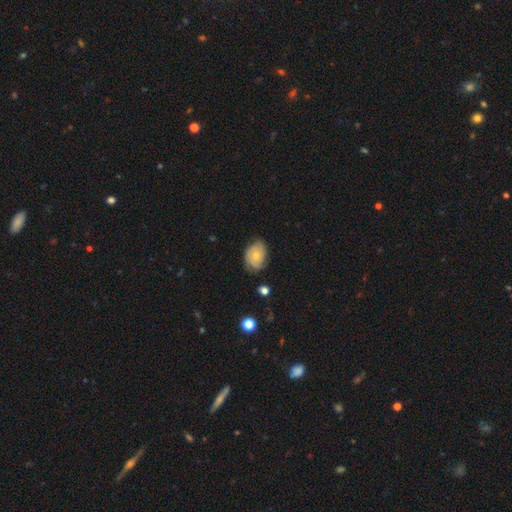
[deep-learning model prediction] Smooth or featured: featured or disk — 52% (smooth — 40%)
Edge-on disk: no — 96% (yes — 4%)
Merging: none — 63% (minor disturbance — 28%)